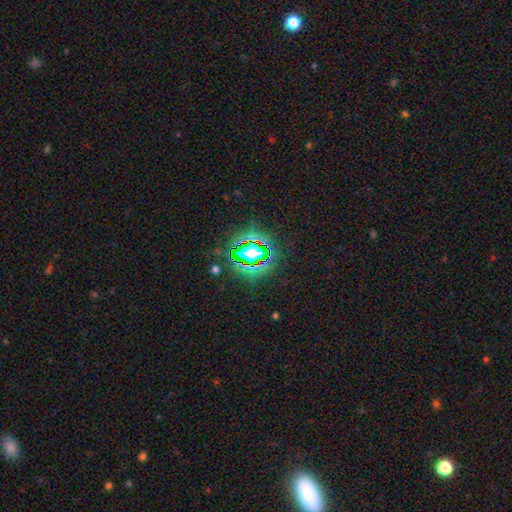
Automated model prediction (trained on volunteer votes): smooth-or-featured: star or artifact: 83% | smooth: 10% | featured or disk: 7%